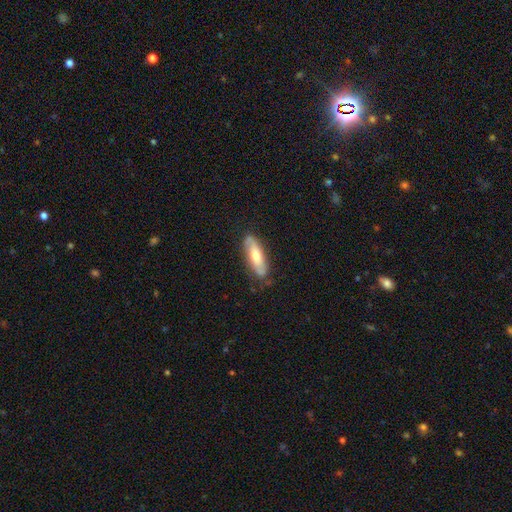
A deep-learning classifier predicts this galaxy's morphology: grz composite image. It shows a smooth galaxy with no disk features (49%). Merging: none (76%).